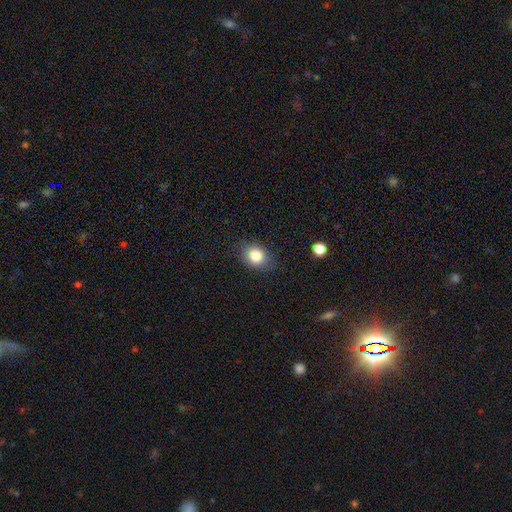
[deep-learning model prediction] smooth_or_featured: smooth (p=0.83) [alt: star or artifact p=0.10]
how_rounded: round (p=0.54) [alt: in between p=0.45]
merging: none (p=0.82) [alt: minor disturbance p=0.14]